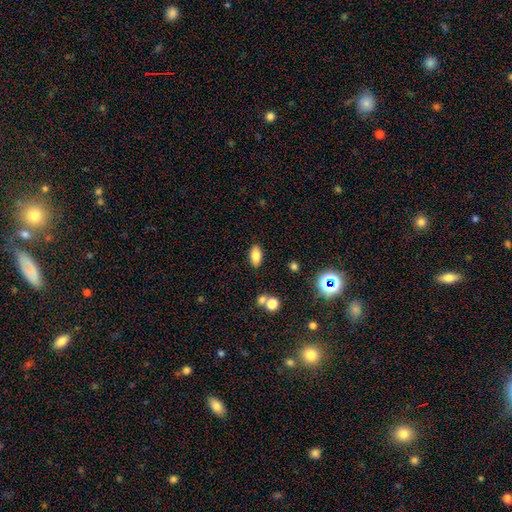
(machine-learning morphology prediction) The model was most divided on "smooth or featured": smooth: 79%, featured or disk: 11%, star or artifact: 10%. More confident: how rounded — in between (89%); merging — none (86%).